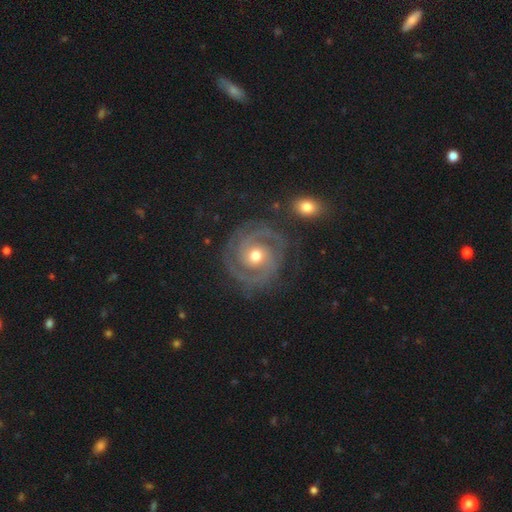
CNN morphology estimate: type=featured or disk (89%); edge-on=no (98%); bar=no (71%); spiral arms=yes (97%); winding=tight (68%); arm count=2 (71%); bulge=moderate (69%); merging=none (80%).